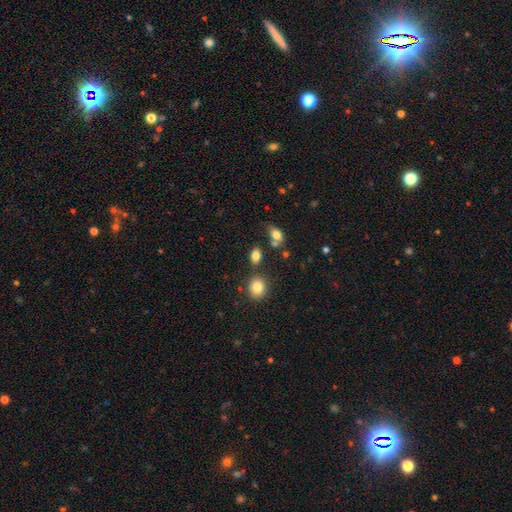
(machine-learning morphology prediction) smooth 83%, star or artifact 10%, featured or disk 7%. Down the decision tree: how rounded — in between (78%); merging — none (71%).